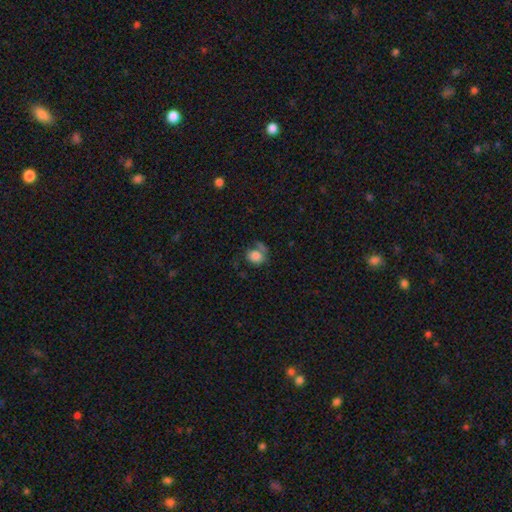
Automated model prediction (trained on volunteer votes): This appears to be a smooth galaxy with no disk features (81%) that is round (57%). Merging: none (48%).